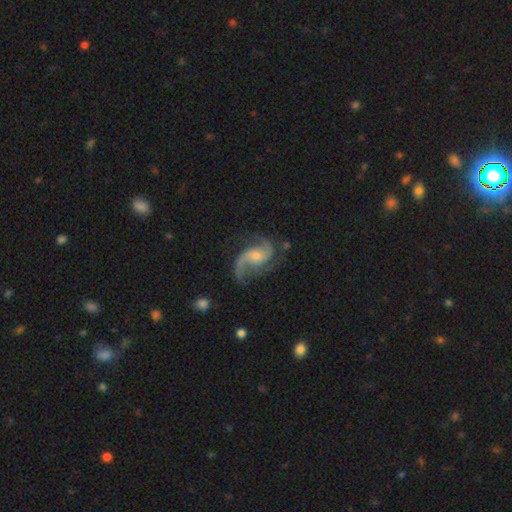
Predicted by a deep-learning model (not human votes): This appears to be a featured or disk galaxy (90%) with no bar (54%), 2 (77%) medium (47%) spiral arms (98%) and a small central bulge (53%). Merging: none (67%).